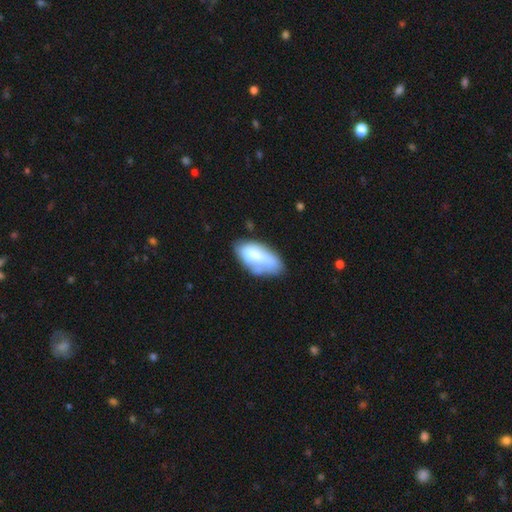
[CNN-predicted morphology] This appears to be a smooth galaxy with no disk features (64%) that is in between round and cigar-shaped (91%). Merging: none (42%).